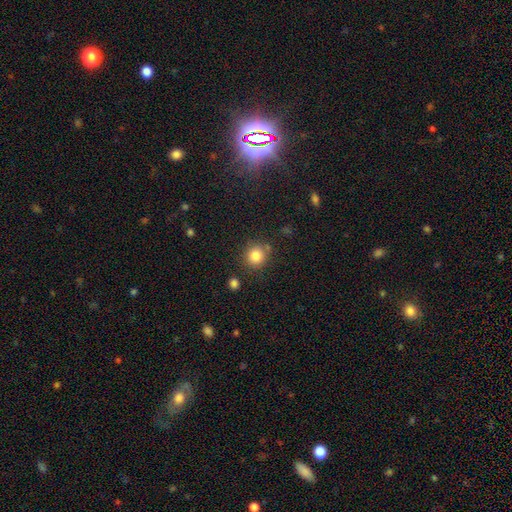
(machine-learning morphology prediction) Q: Smooth or featured?
A: smooth (84%); runner-up: star or artifact (11%)
Q: How rounded?
A: round (89%); runner-up: in between (10%)
Q: Merging?
A: none (80%); runner-up: minor disturbance (10%)